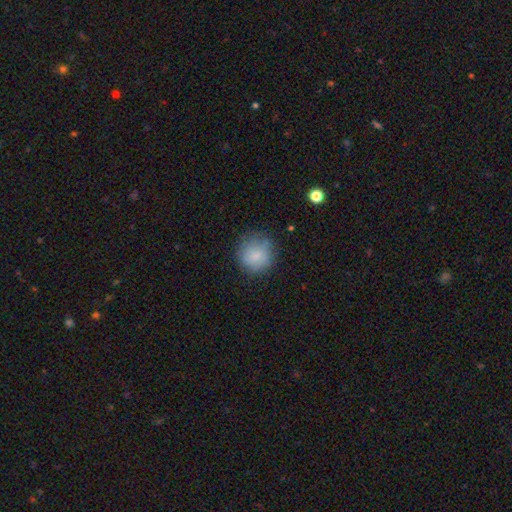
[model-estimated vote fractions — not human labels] smooth-or-featured: smooth: 82% | featured or disk: 10% | star or artifact: 8%
  how-rounded: round: 91% | in between: 8% | cigar-shaped: 1%
  merging: none: 75% | minor disturbance: 17% | major disturbance: 6% | merger: 2%